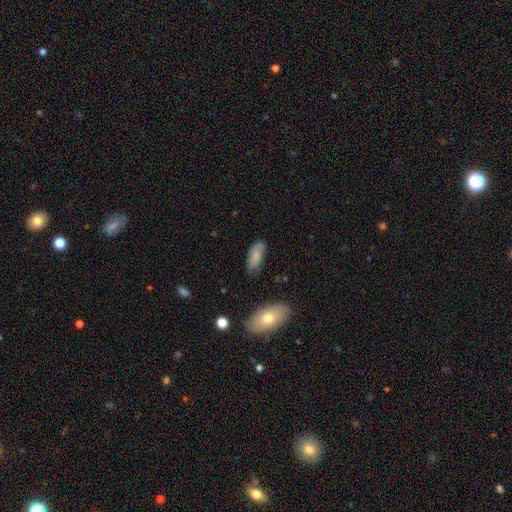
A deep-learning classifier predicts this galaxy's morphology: This appears to be a smooth galaxy with no disk features (78%) that is in between round and cigar-shaped (83%). Merging: none (71%).